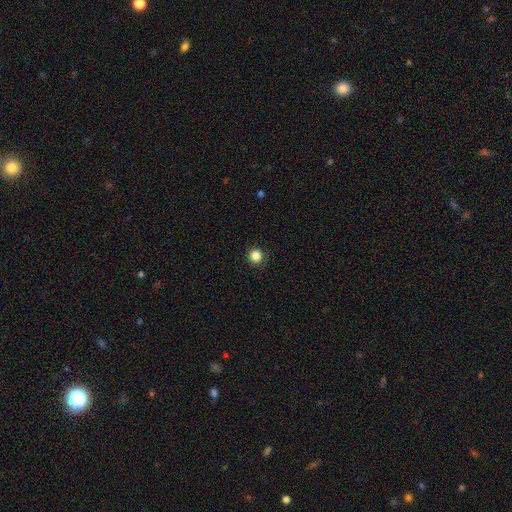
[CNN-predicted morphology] Smooth or featured? smooth (85%)
How rounded? round (94%)
Merging? none (92%)